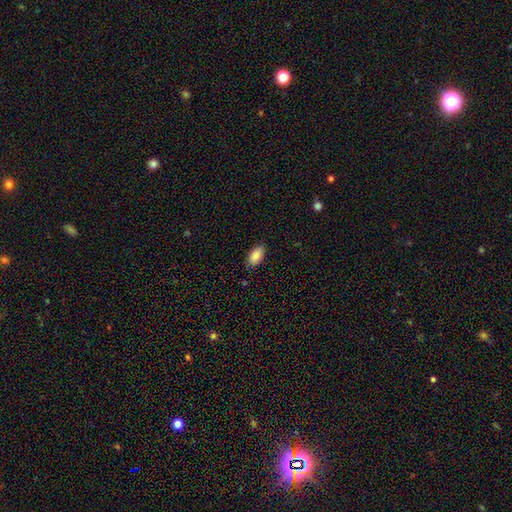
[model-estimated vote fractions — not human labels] Q: Smooth or featured?
A: smooth (87%); runner-up: star or artifact (7%)
Q: How rounded?
A: in between (93%); runner-up: cigar-shaped (4%)
Q: Merging?
A: none (83%); runner-up: minor disturbance (14%)